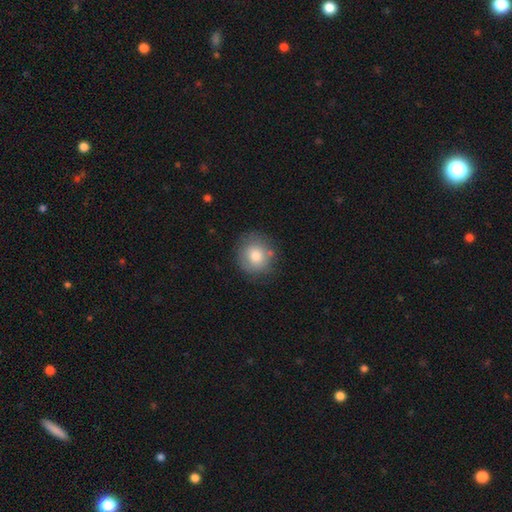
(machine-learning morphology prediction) This appears to be a smooth galaxy with no disk features (77%) that is round (85%). Merging: none (78%).